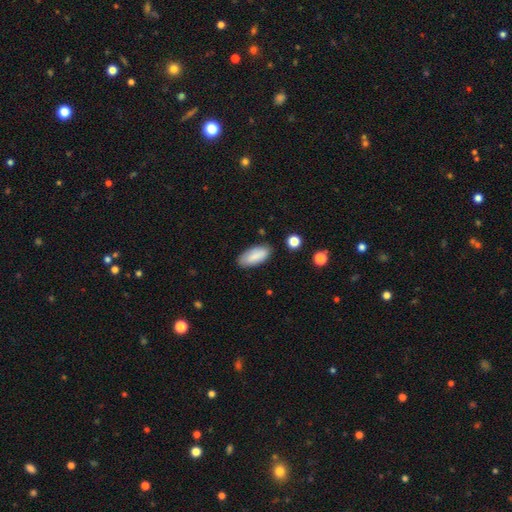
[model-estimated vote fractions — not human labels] A smooth galaxy with no disk features (85%) that is in between round and cigar-shaped (88%).

Vote fractions:
- Smooth or featured? smooth: 85% / featured or disk: 8% / star or artifact: 6%
- How rounded? in between: 88% / cigar-shaped: 10% / round: 2%
- Merging? none: 83% / minor disturbance: 13% / major disturbance: 3% / merger: 2%